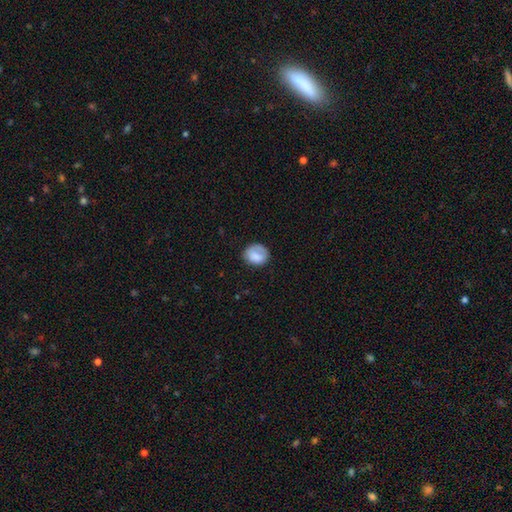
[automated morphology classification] smooth_or_featured: smooth (p=0.78) [alt: featured or disk p=0.14]
how_rounded: round (p=0.69) [alt: in between p=0.30]
merging: none (p=0.67) [alt: minor disturbance p=0.22]